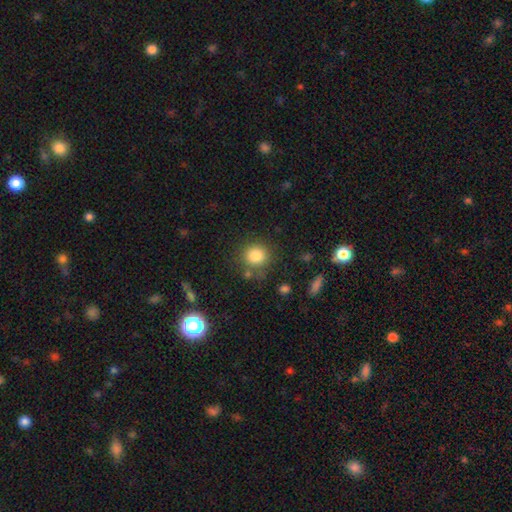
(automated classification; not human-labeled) Morphology: type=smooth (83%); roundness=round (86%); merging=none (77%).